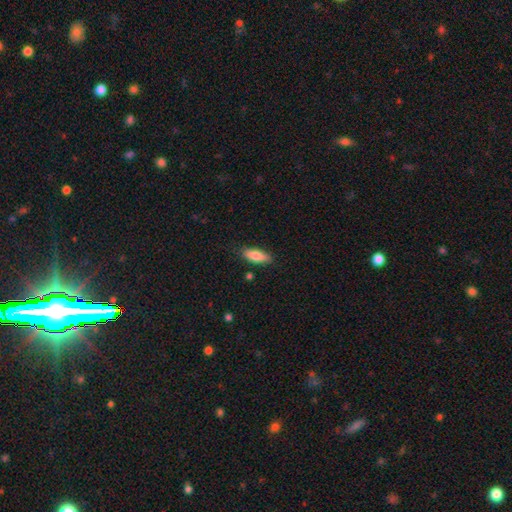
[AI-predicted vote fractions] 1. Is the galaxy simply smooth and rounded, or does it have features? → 81% smooth, 13% featured or disk, 6% star or artifact.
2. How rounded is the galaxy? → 70% in between, 28% cigar-shaped, 2% round.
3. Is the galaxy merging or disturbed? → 82% none, 13% minor disturbance, 2% major disturbance, 2% merger.